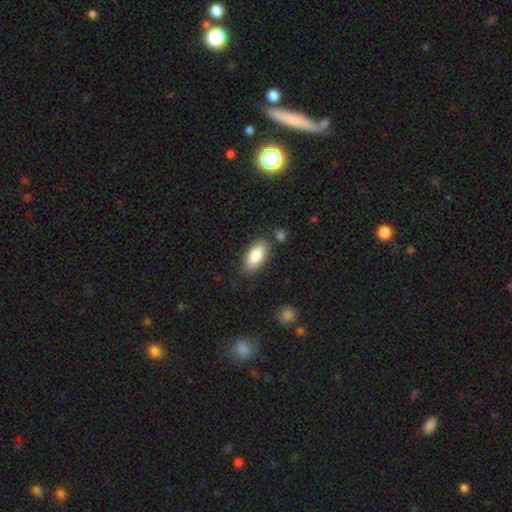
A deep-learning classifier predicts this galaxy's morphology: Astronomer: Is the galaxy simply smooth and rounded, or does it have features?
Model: smooth — 83%.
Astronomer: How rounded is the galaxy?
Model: in between — 85%.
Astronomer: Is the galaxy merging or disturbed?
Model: none — 81%.